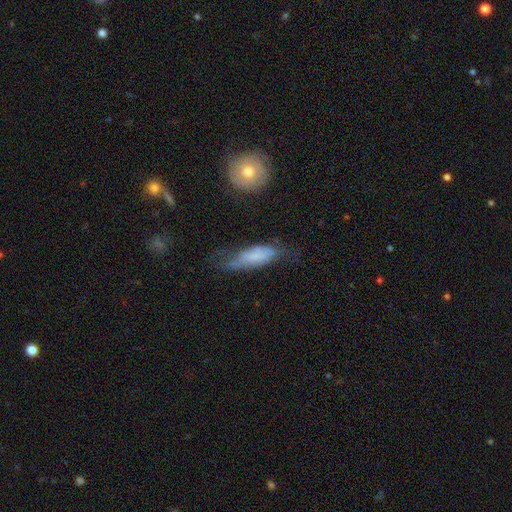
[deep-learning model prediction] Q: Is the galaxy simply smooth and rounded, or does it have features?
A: smooth — 53%.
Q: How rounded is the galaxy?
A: in between — 53%.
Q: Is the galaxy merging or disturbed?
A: none — 37%.